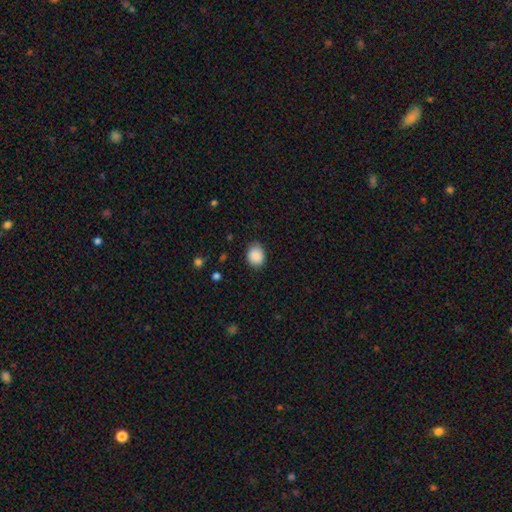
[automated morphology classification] This appears to be a smooth galaxy with no disk features (89%) that is in between round and cigar-shaped (57%). Merging: none (79%).